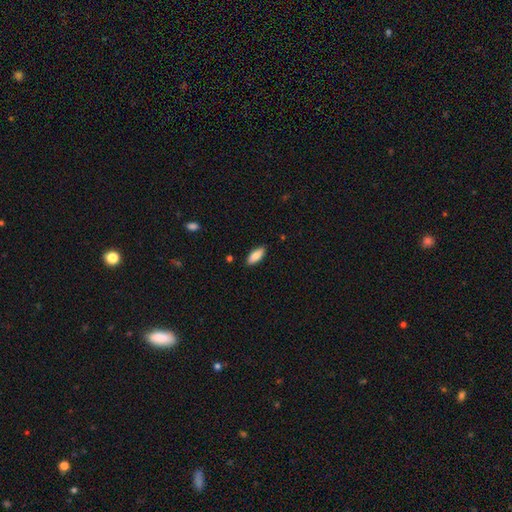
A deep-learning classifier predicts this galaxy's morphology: Smooth or featured? smooth (84%)
How rounded? in between (80%)
Merging? none (87%)